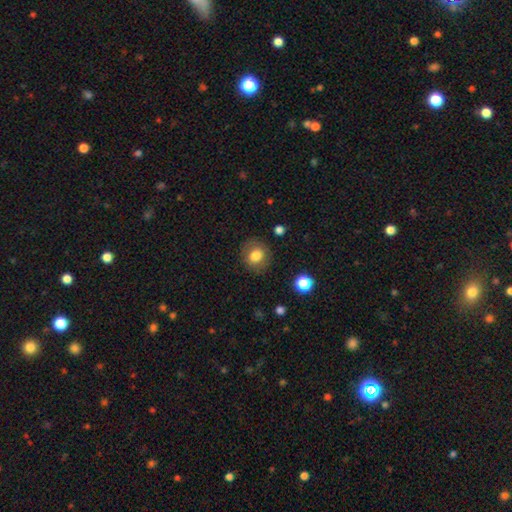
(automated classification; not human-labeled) The model was most divided on "how rounded": round: 79%, in between: 20%, cigar-shaped: 1%. More confident: merging — none (85%); smooth or featured — smooth (81%).